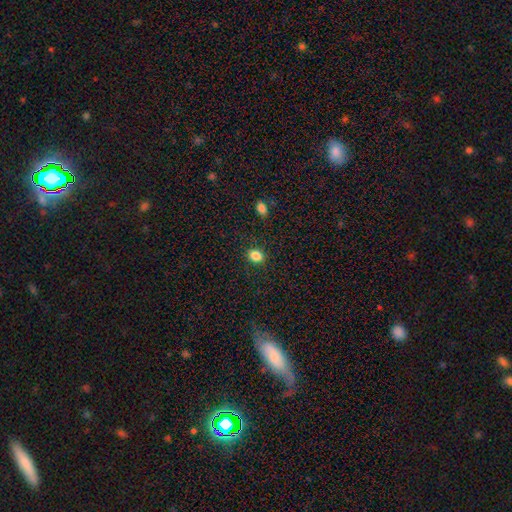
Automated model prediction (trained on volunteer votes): smooth_or_featured: smooth (p=0.84) [alt: star or artifact p=0.11]
how_rounded: in between (p=0.59) [alt: round p=0.40]
merging: none (p=0.87) [alt: minor disturbance p=0.09]